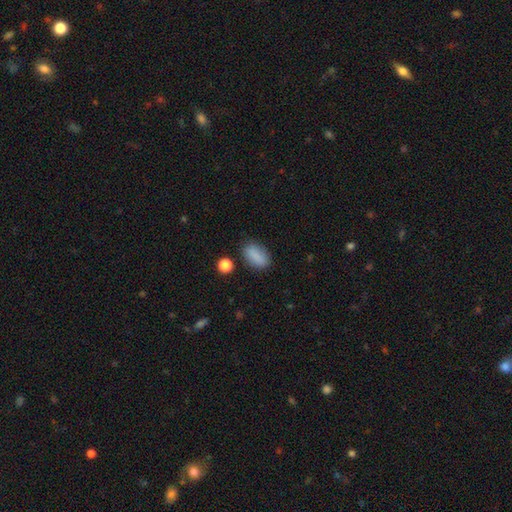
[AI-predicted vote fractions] A smooth galaxy with no disk features (86%) that is in between round and cigar-shaped (87%).

Vote fractions:
- Smooth or featured? smooth: 86% / star or artifact: 8% / featured or disk: 6%
- How rounded? in between: 87% / round: 7% / cigar-shaped: 6%
- Merging? none: 80% / minor disturbance: 13% / major disturbance: 4% / merger: 3%